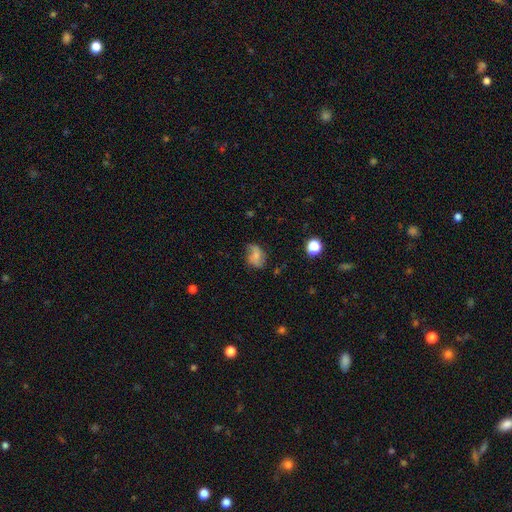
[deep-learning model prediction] This is possibly a smooth galaxy (54%). How rounded: likely in between (70%). Merging: likely none (61%).